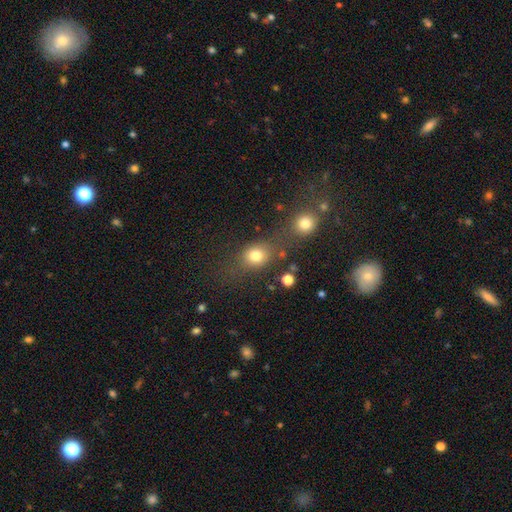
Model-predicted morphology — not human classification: smooth_or_featured: smooth (p=0.78) [alt: star or artifact p=0.14]
how_rounded: round (p=0.58) [alt: in between p=0.39]
merging: none (p=0.57) [alt: merger p=0.23]